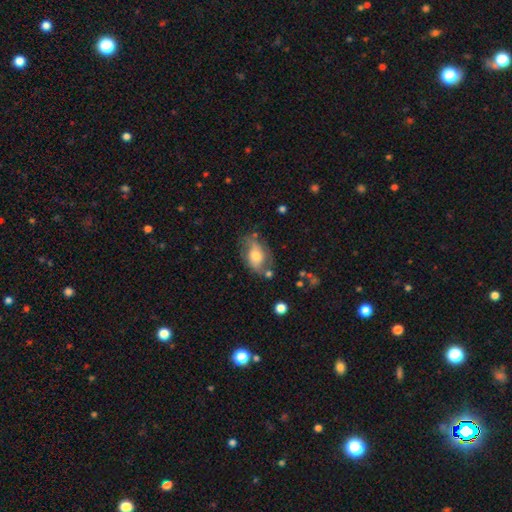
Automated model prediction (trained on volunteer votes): This appears to be a featured or disk galaxy (48%). Merging: none (56%).